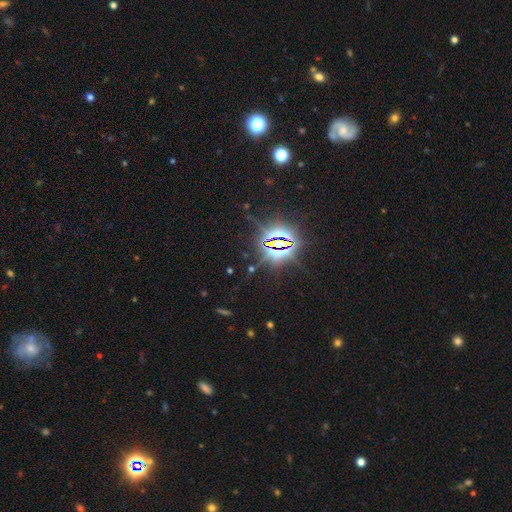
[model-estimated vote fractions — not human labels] Smooth or featured? star or artifact (82%)